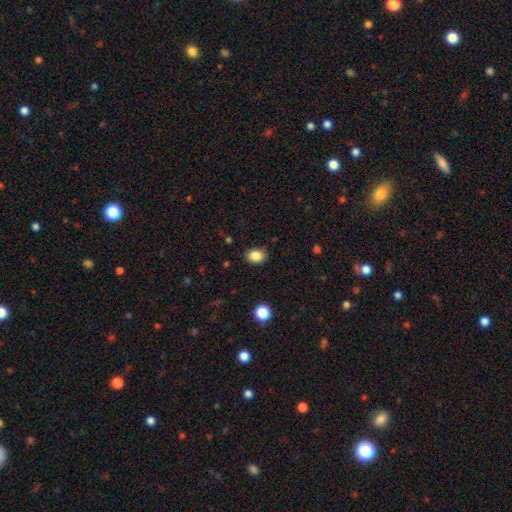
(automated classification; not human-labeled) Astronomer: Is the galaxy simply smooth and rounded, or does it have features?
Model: smooth — 85%.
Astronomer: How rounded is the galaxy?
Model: in between — 57% (runner-up: round, 42%).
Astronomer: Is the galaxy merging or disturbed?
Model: none — 86%.